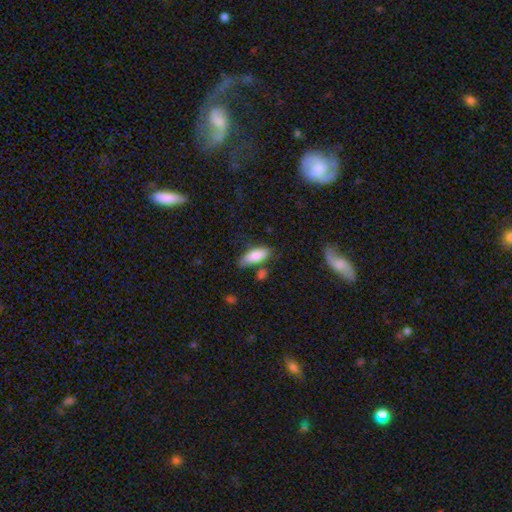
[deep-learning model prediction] This is clearly a smooth galaxy (81%). How rounded: clearly in between (81%). Merging: likely none (63%).